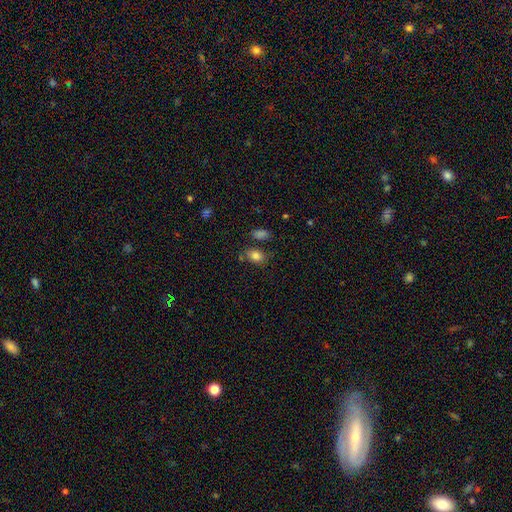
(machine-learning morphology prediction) Smooth or featured?
  - smooth: 83% *
  - star or artifact: 11%
  - featured or disk: 7%
How rounded?
  - in between: 72% *
  - round: 27%
  - cigar-shaped: 1%
Merging?
  - none: 69% *
  - minor disturbance: 17%
  - merger: 9%
  - major disturbance: 5%